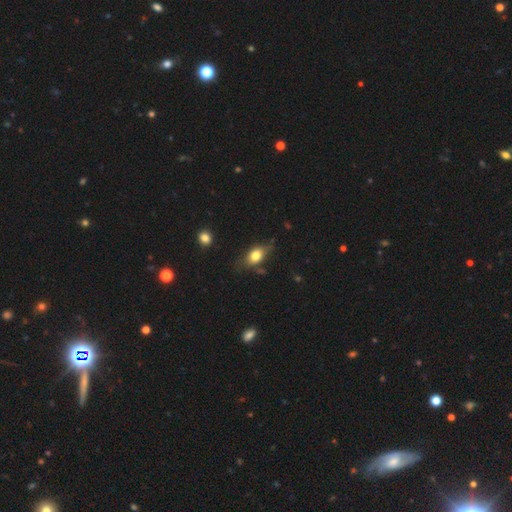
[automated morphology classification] A smooth galaxy with no disk features (74%) that is in between round and cigar-shaped (79%).

Vote fractions:
- Smooth or featured? smooth: 74% / featured or disk: 18% / star or artifact: 8%
- How rounded? in between: 79% / round: 16% / cigar-shaped: 5%
- Merging? none: 63% / minor disturbance: 26% / major disturbance: 7% / merger: 4%